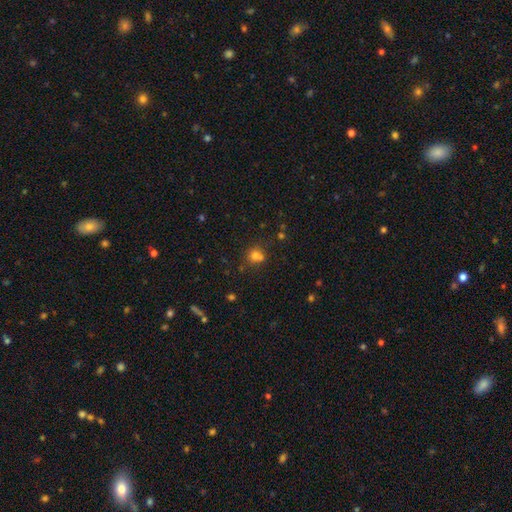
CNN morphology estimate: Smooth or featured?
  - smooth: 71% *
  - star or artifact: 18%
  - featured or disk: 12%
How rounded?
  - round: 82% *
  - in between: 17%
  - cigar-shaped: 1%
Merging?
  - none: 50% *
  - merger: 34%
  - minor disturbance: 11%
  - major disturbance: 5%